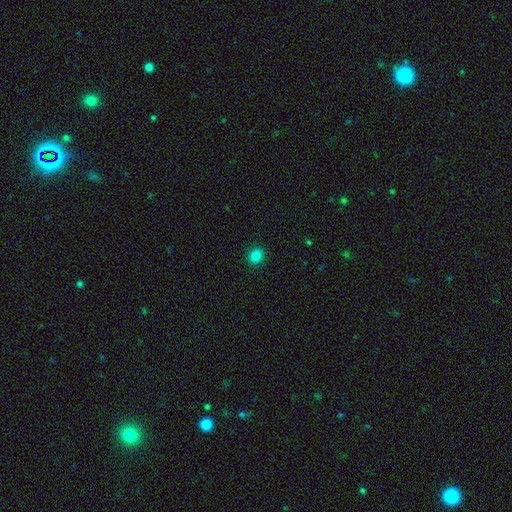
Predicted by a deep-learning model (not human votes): smooth_or_featured: smooth (p=0.83) [alt: star or artifact p=0.13]
how_rounded: round (p=0.70) [alt: in between p=0.29]
merging: none (p=0.91) [alt: minor disturbance p=0.07]